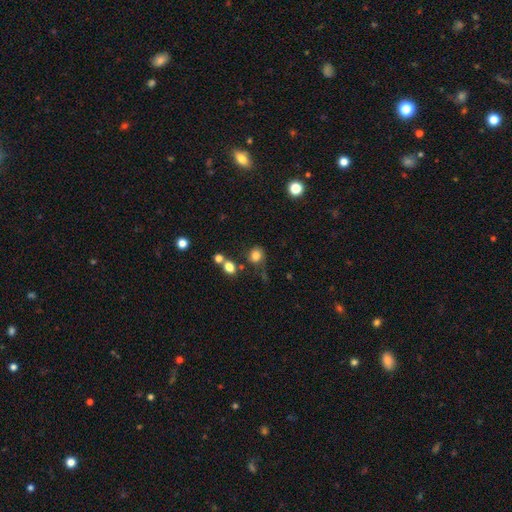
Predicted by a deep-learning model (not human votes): The model was most divided on "merging": none: 65%, minor disturbance: 17%, merger: 10%, major disturbance: 8%. More confident: smooth or featured — smooth (81%); how rounded — round (73%).